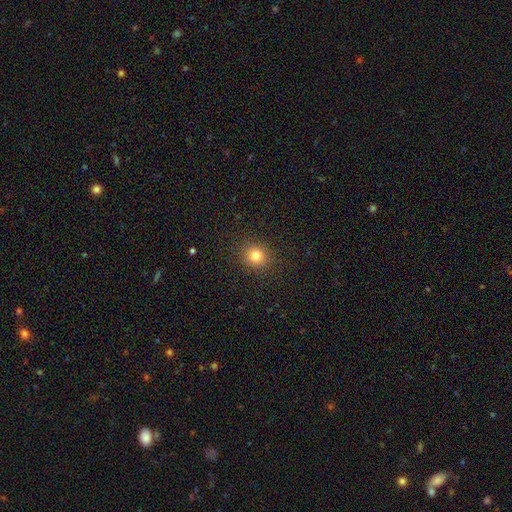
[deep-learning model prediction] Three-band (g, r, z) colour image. It shows a smooth galaxy with no disk features (80%) that is round (87%). Merging: none (90%).